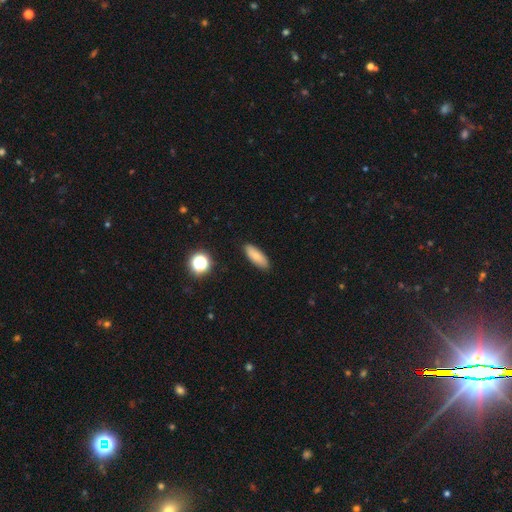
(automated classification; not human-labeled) This appears to be a smooth galaxy with no disk features (79%) that is in between round and cigar-shaped (62%). Merging: none (88%).